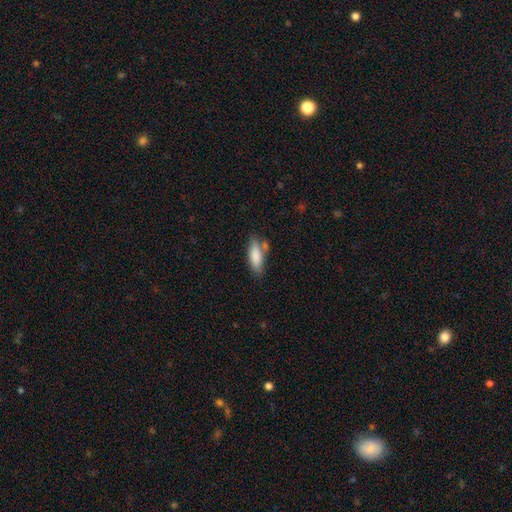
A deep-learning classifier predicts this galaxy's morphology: smooth_or_featured: smooth (p=0.82) [alt: featured or disk p=0.12]
how_rounded: in between (p=0.62) [alt: cigar-shaped p=0.36]
merging: none (p=0.61) [alt: minor disturbance p=0.20]